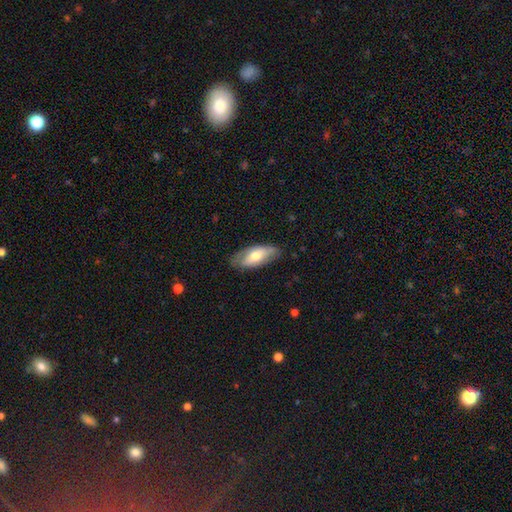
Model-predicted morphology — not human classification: A smooth galaxy with no disk features (57%) that is in between round and cigar-shaped (84%).

Vote fractions:
- Smooth or featured? smooth: 57% / featured or disk: 37% / star or artifact: 6%
- How rounded? in between: 84% / cigar-shaped: 13% / round: 3%
- Merging? none: 74% / minor disturbance: 20% / major disturbance: 5% / merger: 1%